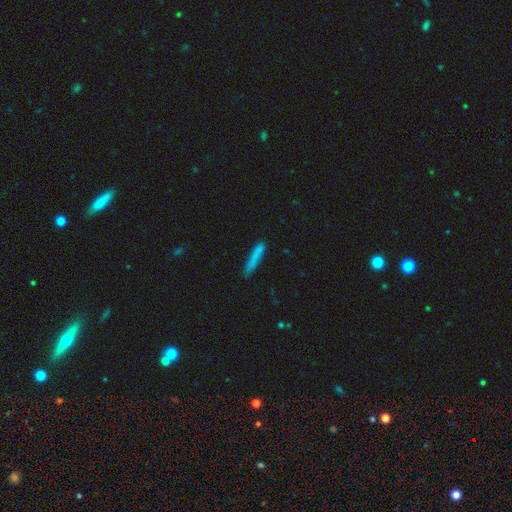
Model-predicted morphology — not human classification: A smooth galaxy with no disk features (77%) that is cigar-shaped (92%).

Vote fractions:
- Smooth or featured? smooth: 77% / featured or disk: 14% / star or artifact: 9%
- How rounded? cigar-shaped: 92% / in between: 6% / round: 2%
- Merging? none: 76% / minor disturbance: 16% / major disturbance: 4% / merger: 3%